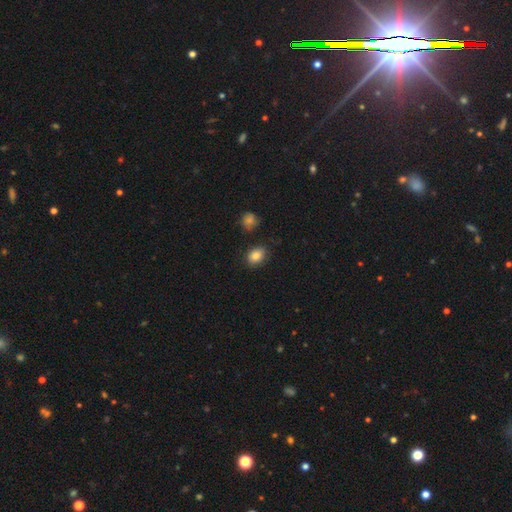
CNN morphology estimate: Overall: smooth (84%). How rounded: in between (67%; round 32%). Merging: none (83%).